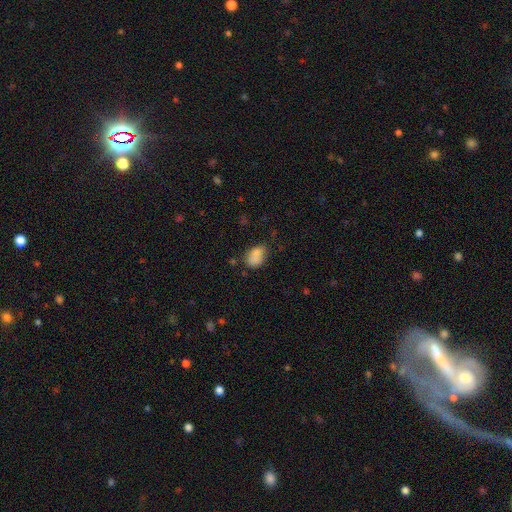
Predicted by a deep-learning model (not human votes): Smooth or featured? smooth (80%)
How rounded? in between (78%)
Merging? none (51%)